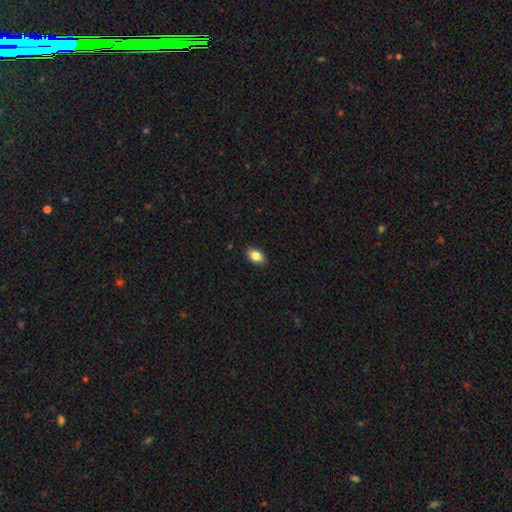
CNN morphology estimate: smooth_or_featured: smooth (p=0.85) [alt: star or artifact p=0.08]
how_rounded: in between (p=0.83) [alt: round p=0.15]
merging: none (p=0.90) [alt: minor disturbance p=0.08]